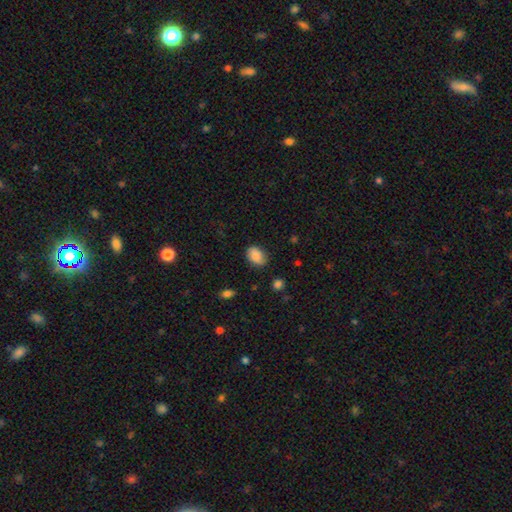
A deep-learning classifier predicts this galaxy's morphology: type=smooth (87%); roundness=in between (81%); merging=none (79%).